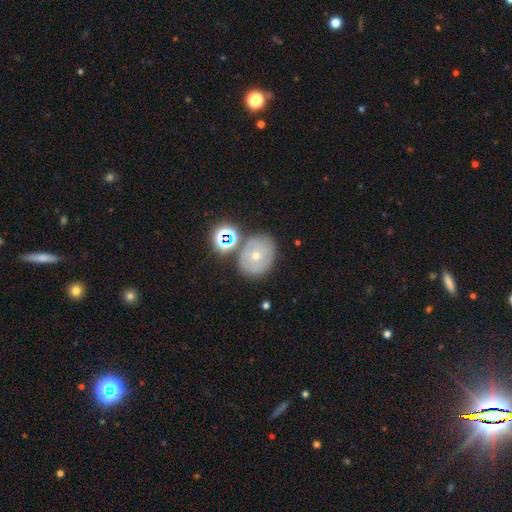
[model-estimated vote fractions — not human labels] Morphology: type=featured or disk (44%); merging=none (67%).